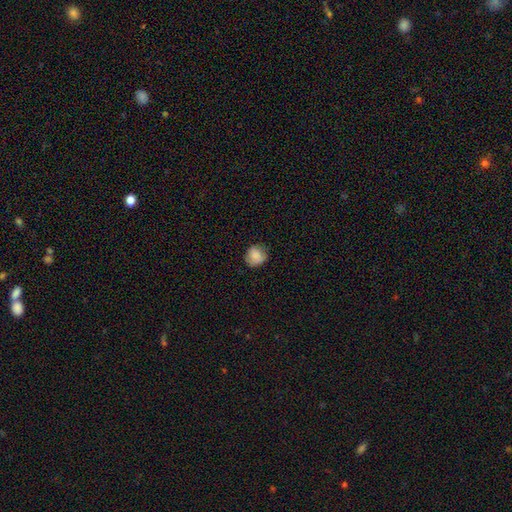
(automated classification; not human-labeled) This appears to be a smooth galaxy with no disk features (85%) that is round (80%). Merging: none (75%).